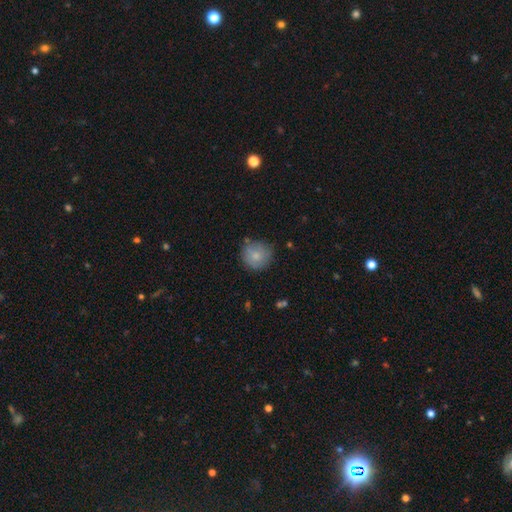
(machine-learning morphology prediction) smooth_or_featured: smooth (p=0.79) [alt: featured or disk p=0.14]
how_rounded: round (p=0.91) [alt: in between p=0.08]
merging: none (p=0.75) [alt: minor disturbance p=0.19]